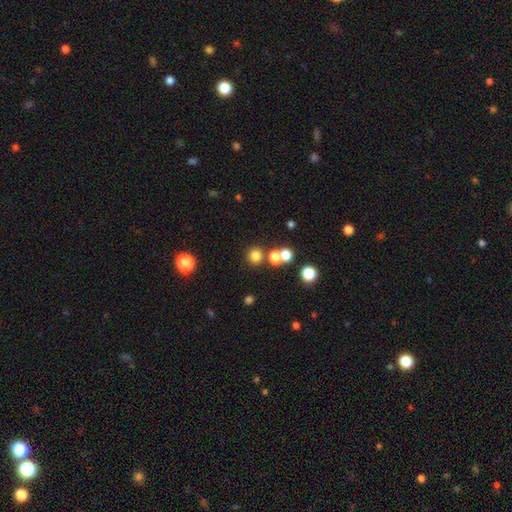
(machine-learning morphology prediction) type=smooth (76%); roundness=round (92%); merging=none (75%).